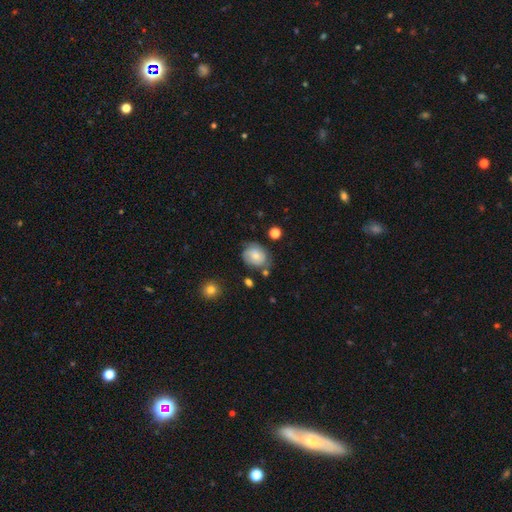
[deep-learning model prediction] This appears to be a smooth galaxy with no disk features (56%) that is round (56%). Merging: none (62%).